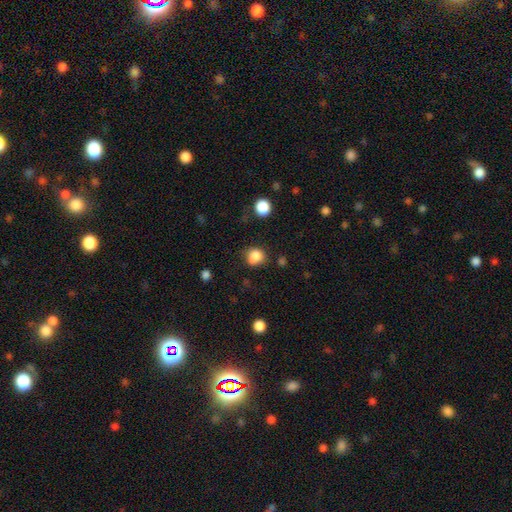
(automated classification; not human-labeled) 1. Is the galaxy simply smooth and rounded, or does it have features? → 84% smooth, 11% star or artifact, 5% featured or disk.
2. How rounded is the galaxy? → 77% round, 22% in between, 1% cigar-shaped.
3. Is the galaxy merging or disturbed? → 65% none, 22% minor disturbance, 6% major disturbance, 6% merger.